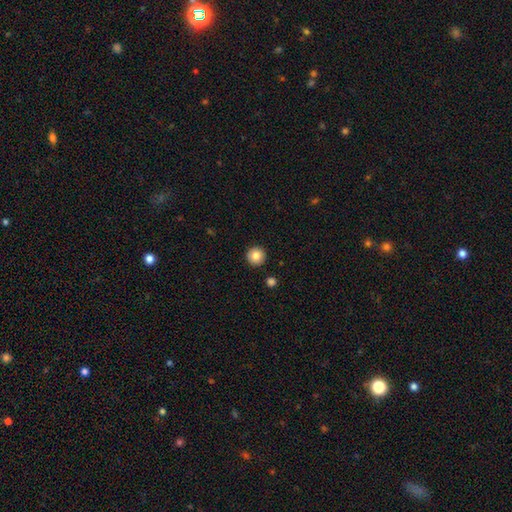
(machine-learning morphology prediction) The model was most divided on "smooth or featured": smooth: 84%, star or artifact: 9%, featured or disk: 7%. More confident: how rounded — round (96%); merging — none (93%).